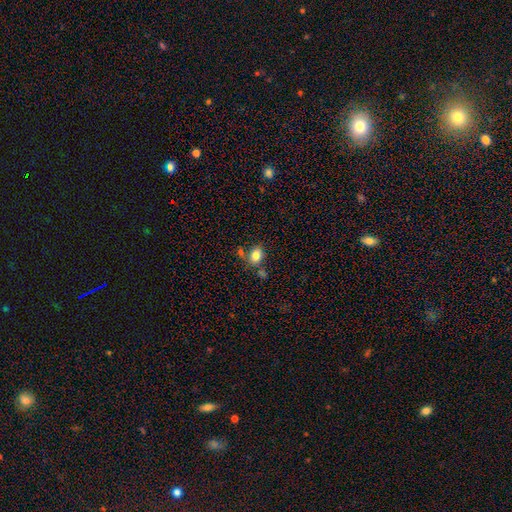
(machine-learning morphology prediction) Smooth or featured? smooth (82%)
How rounded? in between (70%)
Merging? none (66%)